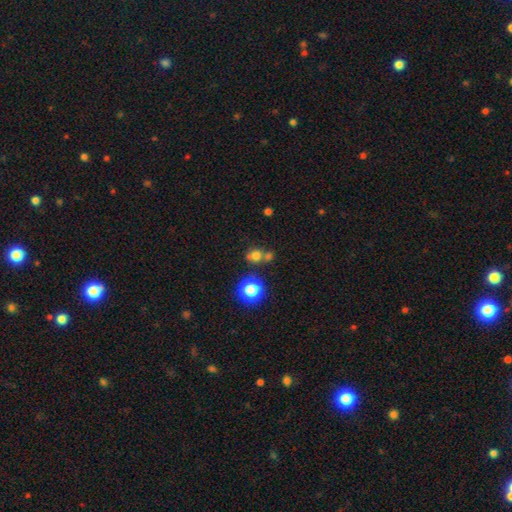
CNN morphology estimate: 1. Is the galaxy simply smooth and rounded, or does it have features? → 70% smooth, 20% star or artifact, 9% featured or disk.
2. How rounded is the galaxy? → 80% round, 19% in between, 1% cigar-shaped.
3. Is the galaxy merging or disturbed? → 52% none, 32% merger, 11% minor disturbance, 5% major disturbance.